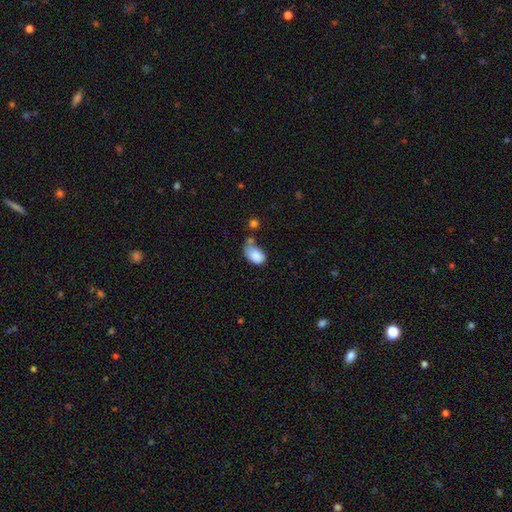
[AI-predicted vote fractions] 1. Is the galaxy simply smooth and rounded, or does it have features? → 84% smooth, 8% featured or disk, 8% star or artifact.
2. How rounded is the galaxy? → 88% in between, 10% round, 1% cigar-shaped.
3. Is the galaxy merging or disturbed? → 32% none, 29% minor disturbance, 23% merger, 16% major disturbance.